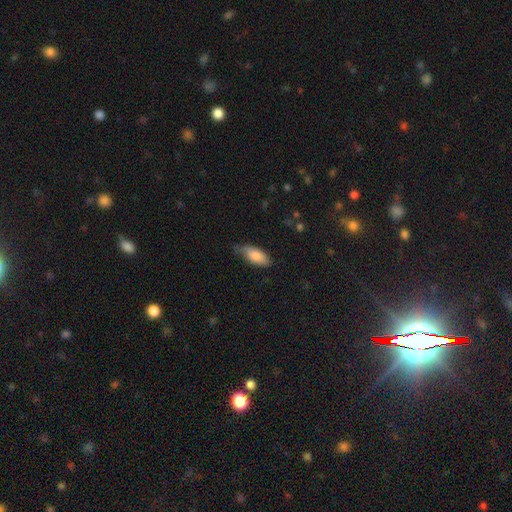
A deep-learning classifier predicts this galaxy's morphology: Smooth or featured? Predicted: smooth (p=0.84). How rounded? Predicted: in between (p=0.83). Merging? Predicted: none (p=0.61).